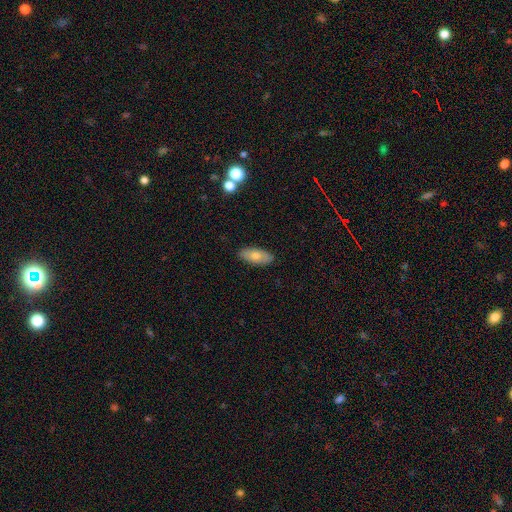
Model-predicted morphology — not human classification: Smooth or featured? Predicted: smooth (p=0.75). How rounded? Predicted: in between (p=0.87). Merging? Predicted: none (p=0.88).